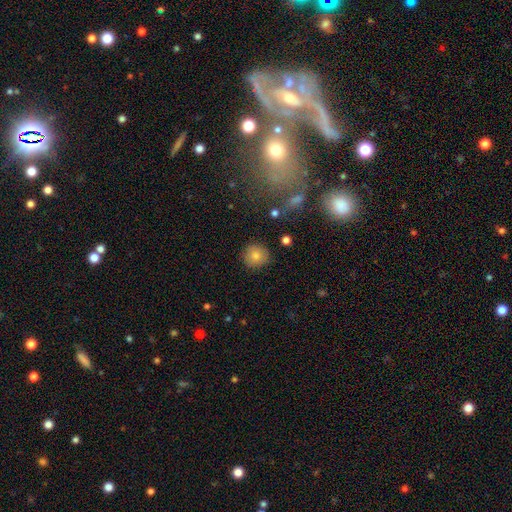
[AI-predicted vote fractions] This appears to be a smooth galaxy with no disk features (80%) that is round (92%). Merging: none (88%).